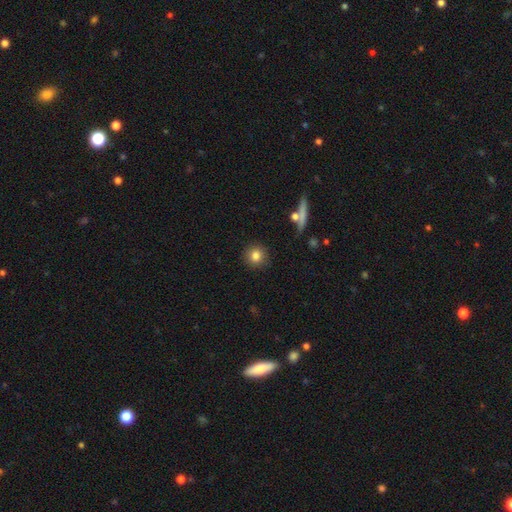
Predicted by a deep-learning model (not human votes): Overall: smooth (81%). How rounded: round (93%). Merging: none (89%).